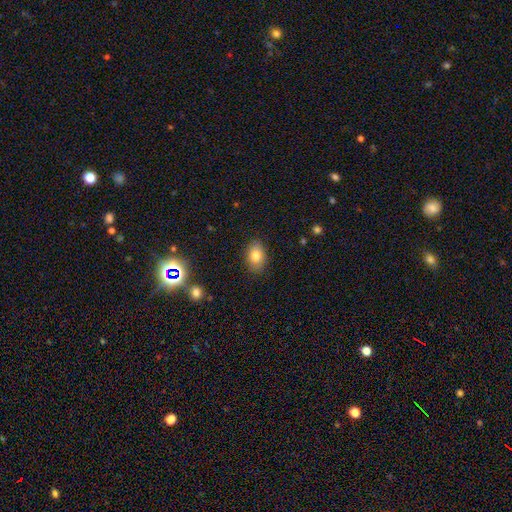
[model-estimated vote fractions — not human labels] smooth-or-featured: smooth: 81% | star or artifact: 10% | featured or disk: 10%
  how-rounded: in between: 83% | round: 16% | cigar-shaped: 1%
  merging: none: 86% | minor disturbance: 10% | major disturbance: 2% | merger: 1%